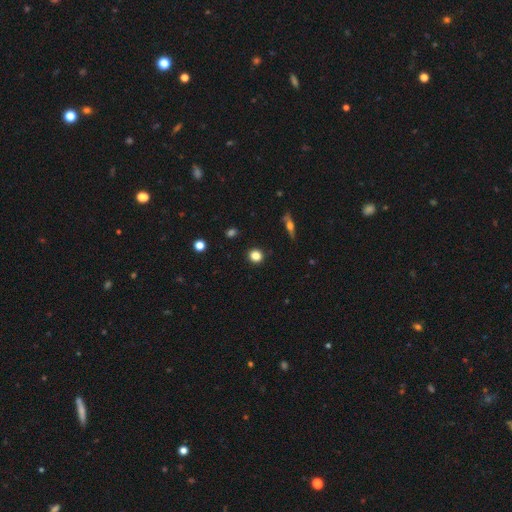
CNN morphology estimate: type=smooth (84%); roundness=round (90%); merging=none (92%).